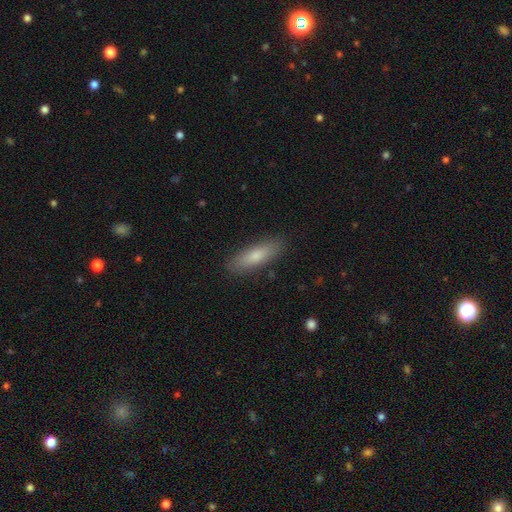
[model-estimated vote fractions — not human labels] smooth 78%, featured or disk 16%, star or artifact 6%. Down the decision tree: how rounded — cigar-shaped (56%); merging — none (86%).